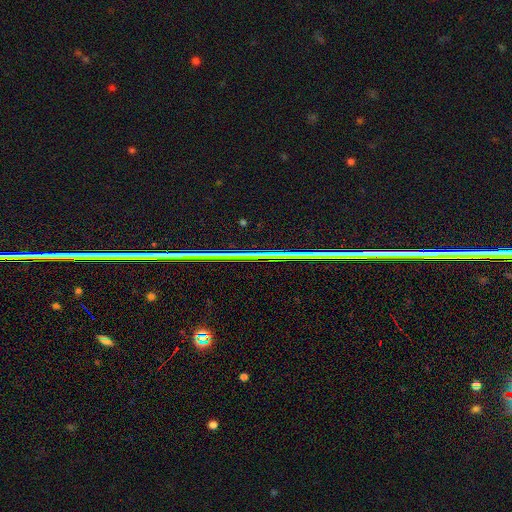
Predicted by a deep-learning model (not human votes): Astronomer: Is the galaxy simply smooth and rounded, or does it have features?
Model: star or artifact — 81%.